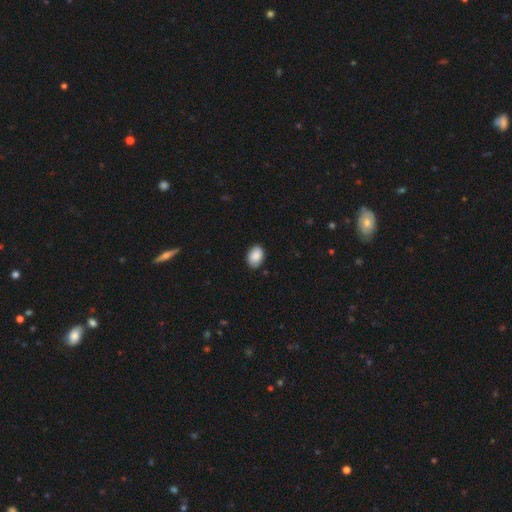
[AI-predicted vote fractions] Q: Smooth or featured?
A: smooth (89%); runner-up: star or artifact (7%)
Q: How rounded?
A: in between (84%); runner-up: round (15%)
Q: Merging?
A: none (84%); runner-up: minor disturbance (13%)